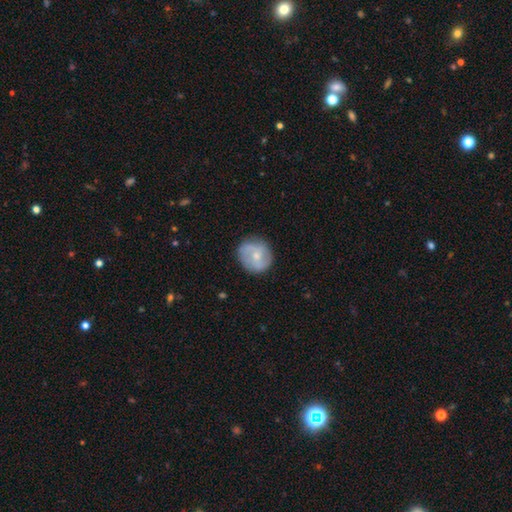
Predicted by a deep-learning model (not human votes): This appears to be a featured or disk galaxy (60%) with no bar (47%), spiral arms (84%) and a small central bulge (53%). Merging: none (82%).